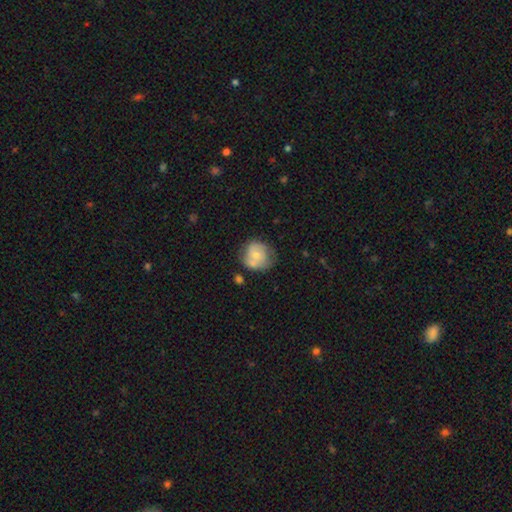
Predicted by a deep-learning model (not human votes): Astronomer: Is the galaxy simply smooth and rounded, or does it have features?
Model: smooth — 55% (runner-up: featured or disk, 38%).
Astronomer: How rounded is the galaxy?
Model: round — 79%.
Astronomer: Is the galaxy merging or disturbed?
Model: none — 49% (runner-up: minor disturbance, 25%).